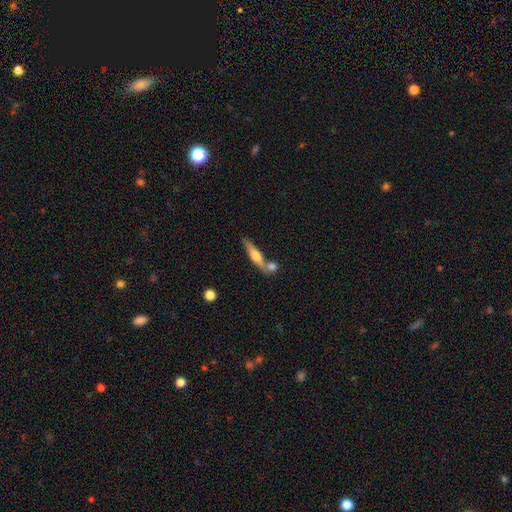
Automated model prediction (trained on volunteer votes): smooth-or-featured: featured or disk: 54% | smooth: 39% | star or artifact: 6%
  disk-edge-on: yes: 92% | no: 8%
  merging: none: 56% | merger: 29% | minor disturbance: 11% | major disturbance: 4%